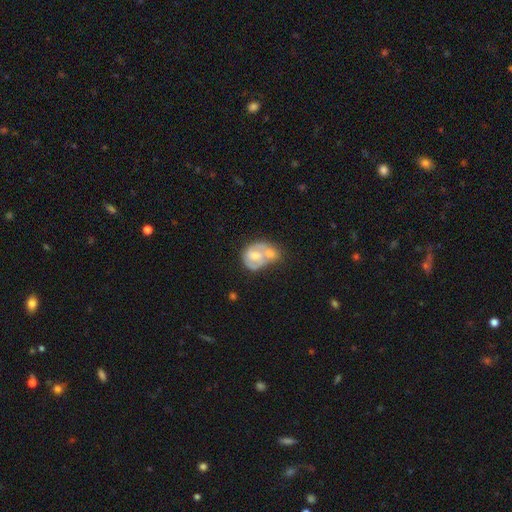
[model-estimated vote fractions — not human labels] Smooth or featured?
  - featured or disk: 55% *
  - smooth: 39%
  - star or artifact: 6%
Edge-on disk?
  - no: 97% *
  - yes: 3%
Bar?
  - no: 59% *
  - weak: 33%
  - strong: 8%
Spiral arms?
  - yes: 56% *
  - no: 44%
Bulge size?
  - moderate: 61% *
  - small: 26%
  - large: 7%
  - none: 5%
  - dominant: 1%
Merging?
  - merger: 65% *
  - none: 17%
  - minor disturbance: 11%
  - major disturbance: 7%